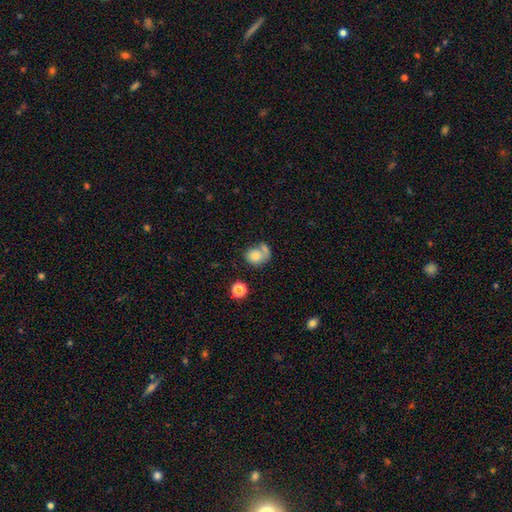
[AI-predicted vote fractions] Overall: smooth (74%). How rounded: round (64%; in between 35%). Merging: none (38%; merger 35%).